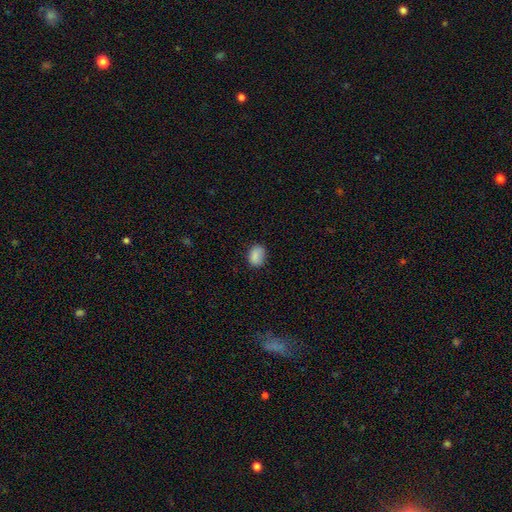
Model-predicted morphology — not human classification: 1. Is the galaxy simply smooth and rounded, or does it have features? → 86% smooth, 9% star or artifact, 5% featured or disk.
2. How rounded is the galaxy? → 68% in between, 31% round, 1% cigar-shaped.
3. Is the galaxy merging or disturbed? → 75% none, 19% minor disturbance, 4% major disturbance, 1% merger.